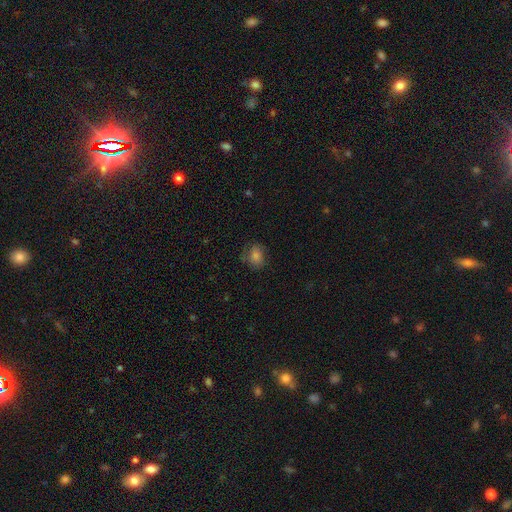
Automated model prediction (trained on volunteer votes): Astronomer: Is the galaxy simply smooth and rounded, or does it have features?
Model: smooth — 73%.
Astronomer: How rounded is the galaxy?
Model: round — 52% (runner-up: in between, 47%).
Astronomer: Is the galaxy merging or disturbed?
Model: none — 70%.